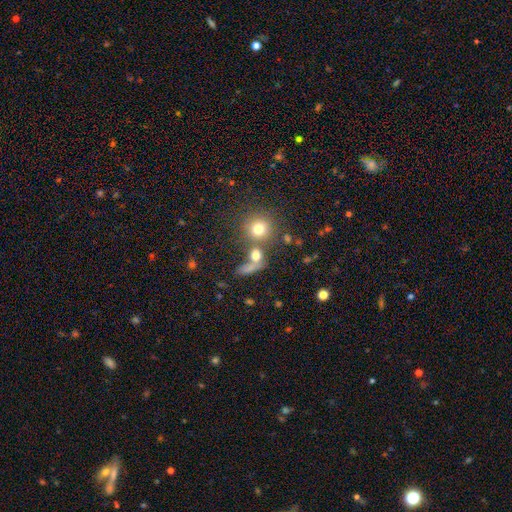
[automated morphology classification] A smooth galaxy with no disk features (71%) that is round (58%). Merging: none (45%).